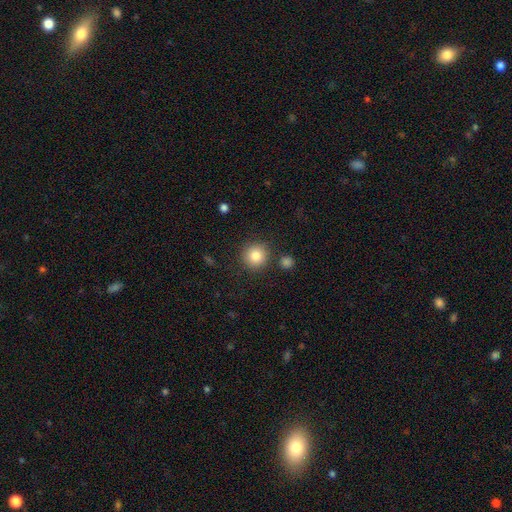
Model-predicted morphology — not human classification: Smooth or featured? Predicted: smooth (p=0.84). How rounded? Predicted: round (p=0.92). Merging? Predicted: none (p=0.85).